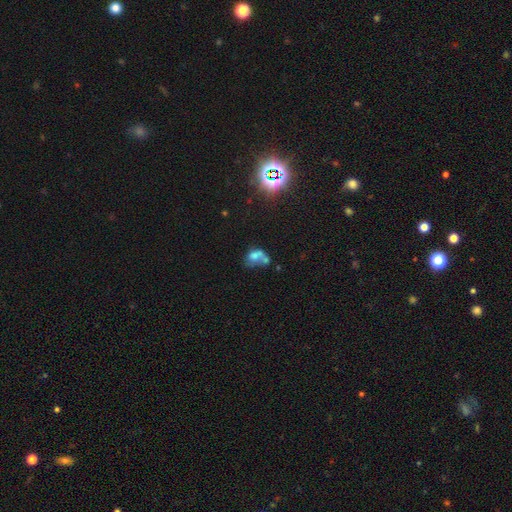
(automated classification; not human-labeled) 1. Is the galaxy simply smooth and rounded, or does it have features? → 50% smooth, 32% featured or disk, 17% star or artifact.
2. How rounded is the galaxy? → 63% in between, 35% round, 2% cigar-shaped.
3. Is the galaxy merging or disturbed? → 49% merger, 21% none, 18% major disturbance, 12% minor disturbance.